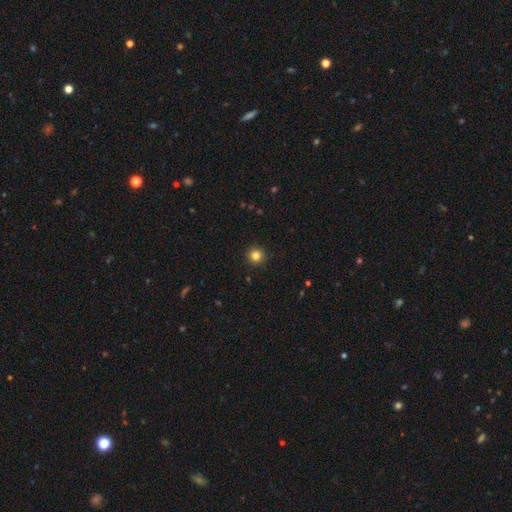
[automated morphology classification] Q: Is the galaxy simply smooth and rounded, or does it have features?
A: smooth — 83%.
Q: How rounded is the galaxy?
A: round — 96%.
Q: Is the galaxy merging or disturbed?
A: none — 93%.